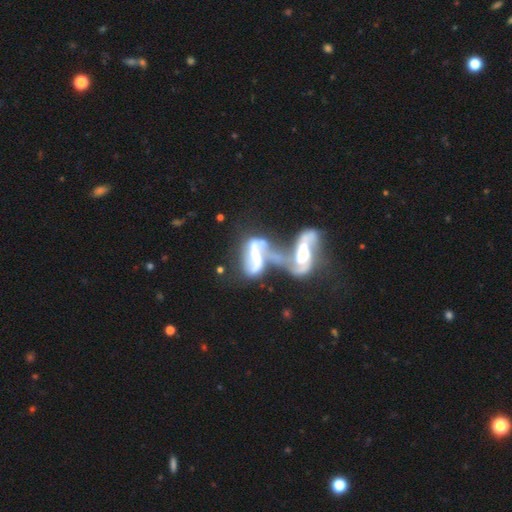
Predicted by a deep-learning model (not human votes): This is likely a featured or disk galaxy (70%). It is clearly not viewed edge-on (95%). Bar: possibly no (52%). Spiral arm pattern: likely yes (61%). Central bulge: marginally moderate (32%, tied with none). Merging: likely merger (79%).